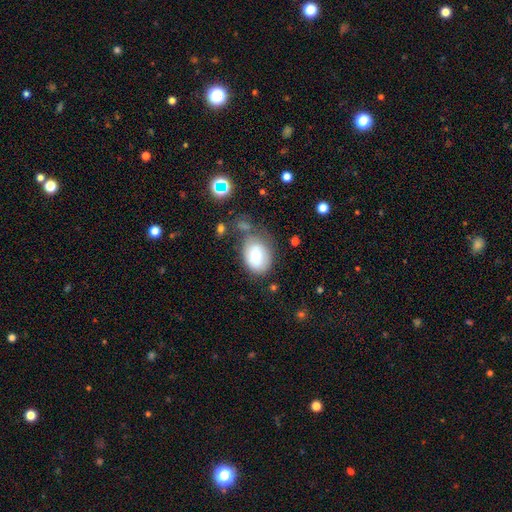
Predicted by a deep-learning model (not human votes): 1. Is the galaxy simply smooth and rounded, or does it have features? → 75% smooth, 18% featured or disk, 7% star or artifact.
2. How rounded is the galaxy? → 76% in between, 23% round, 1% cigar-shaped.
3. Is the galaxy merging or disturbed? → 50% none, 27% minor disturbance, 13% major disturbance, 10% merger.